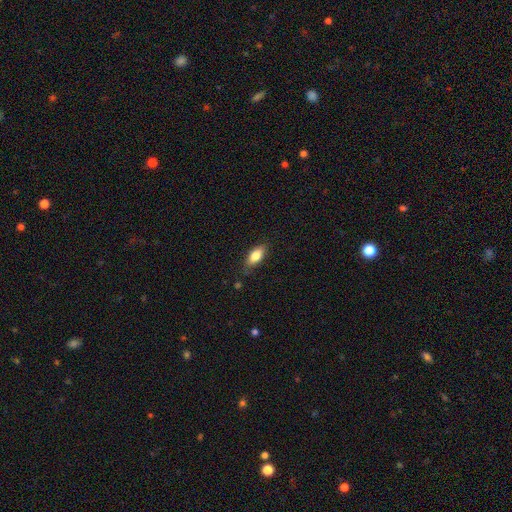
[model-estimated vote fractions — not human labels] This appears to be a smooth galaxy with no disk features (81%) that is in between round and cigar-shaped (86%). Merging: none (81%).